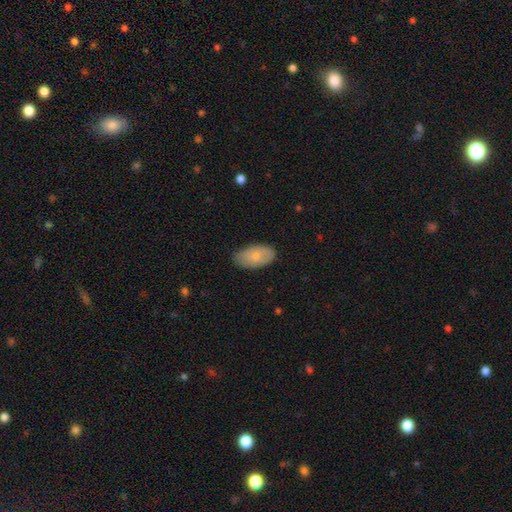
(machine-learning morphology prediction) A smooth galaxy with no disk features (71%) that is in between round and cigar-shaped (94%). Merging: none (82%).